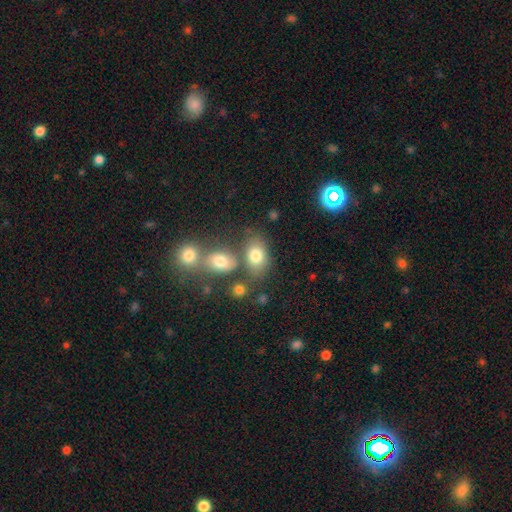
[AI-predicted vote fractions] smooth_or_featured: smooth (p=0.78) [alt: star or artifact p=0.11]
how_rounded: in between (p=0.77) [alt: round p=0.21]
merging: none (p=0.60) [alt: merger p=0.22]